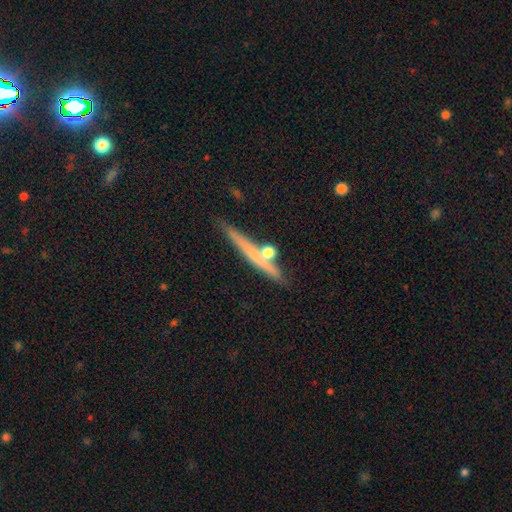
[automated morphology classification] Smooth or featured: featured or disk — 49% (smooth — 43%)
Merging: none — 77% (minor disturbance — 12%)